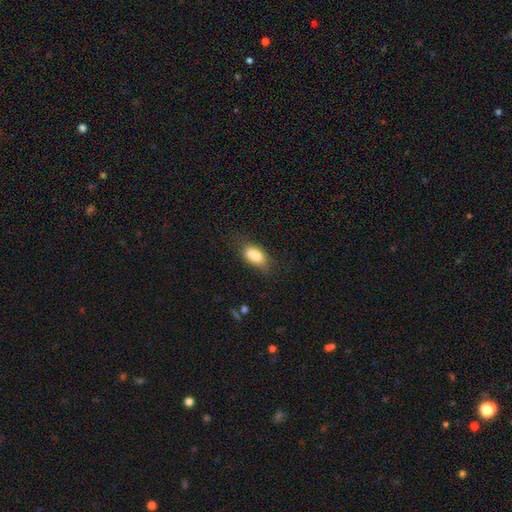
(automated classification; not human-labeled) smooth 75%, featured or disk 17%, star or artifact 8%. Down the decision tree: how rounded — in between (87%); merging — none (51%).